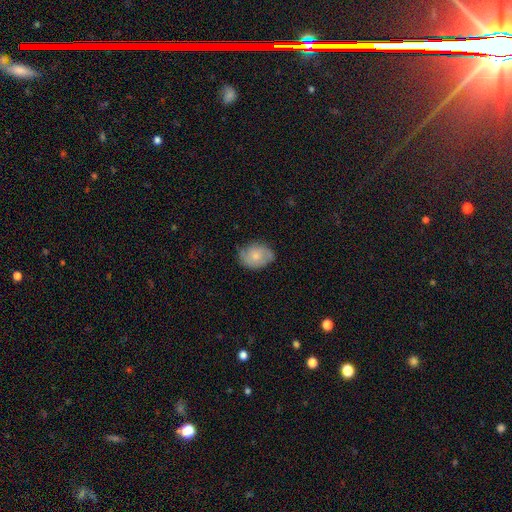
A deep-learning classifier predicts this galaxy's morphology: Q: Smooth or featured?
A: smooth (56%); runner-up: featured or disk (37%)
Q: How rounded?
A: in between (66%); runner-up: round (33%)
Q: Merging?
A: none (67%); runner-up: minor disturbance (26%)